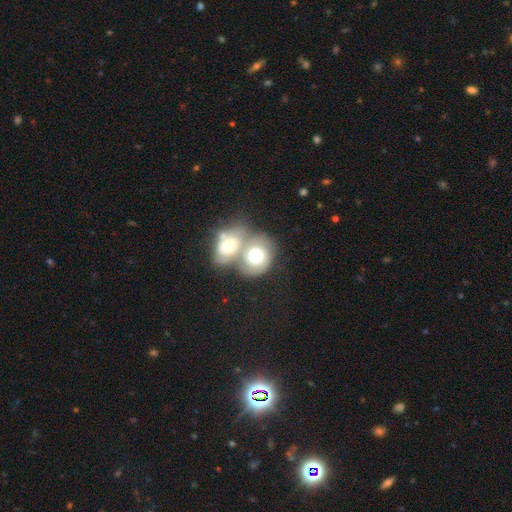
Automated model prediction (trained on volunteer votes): The model was most divided on "how rounded": round: 51%, in between: 48%, cigar-shaped: 1%. More confident: merging — merger (65%); smooth or featured — smooth (55%).